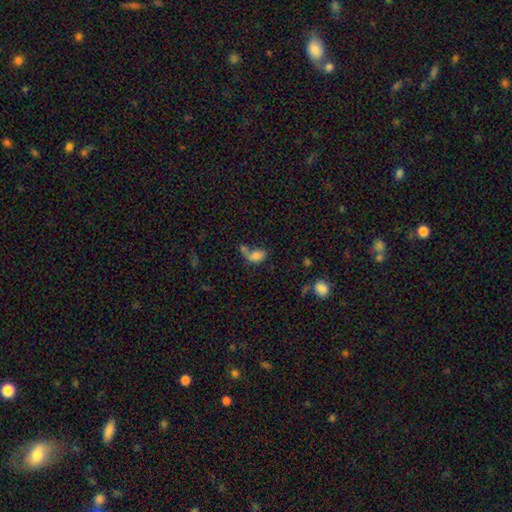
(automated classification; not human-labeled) Morphology: type=smooth (72%); roundness=in between (85%); merging=merger (43%).